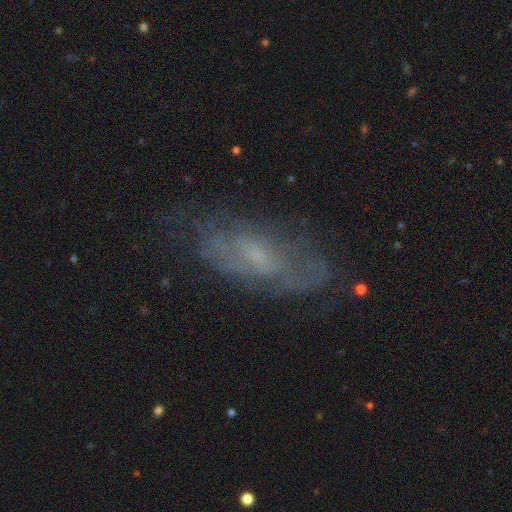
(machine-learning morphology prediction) featured or disk 57%, smooth 32%, star or artifact 10%. Down the decision tree: edge-on disk — no (85%); merging — none (60%).